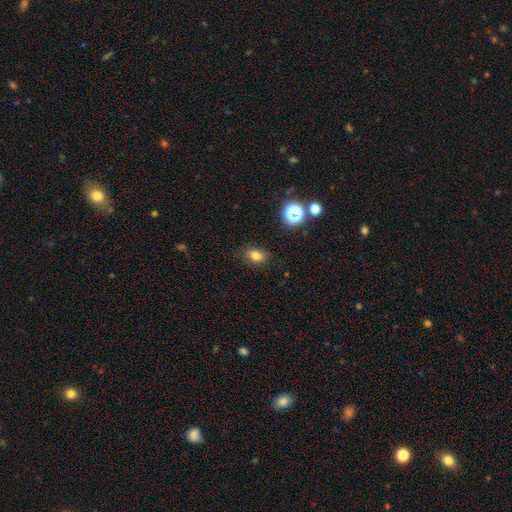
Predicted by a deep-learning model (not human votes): Smooth or featured? smooth (76%)
How rounded? in between (69%)
Merging? none (81%)